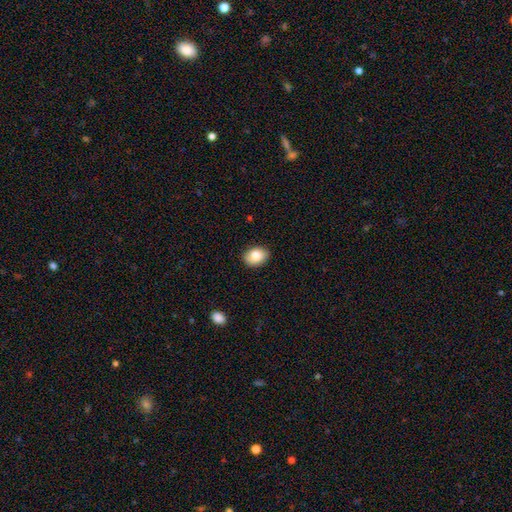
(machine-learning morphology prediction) This appears to be a smooth galaxy with no disk features (85%) that is in between round and cigar-shaped (74%). Merging: none (87%).